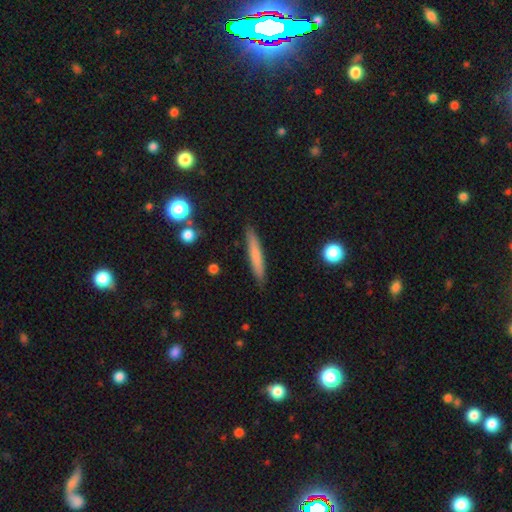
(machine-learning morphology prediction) A smooth galaxy with no disk features (71%) that is cigar-shaped (94%).

Vote fractions:
- Smooth or featured? smooth: 71% / featured or disk: 23% / star or artifact: 6%
- How rounded? cigar-shaped: 94% / in between: 5% / round: 1%
- Merging? none: 89% / minor disturbance: 8% / major disturbance: 2% / merger: 2%